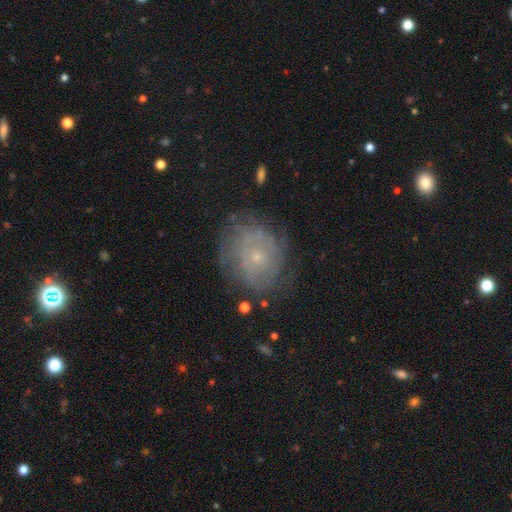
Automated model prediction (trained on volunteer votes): smooth-or-featured: featured or disk: 60% | smooth: 28% | star or artifact: 12%
  disk-edge-on: no: 97% | yes: 3%
    bar: no: 83% | weak: 14% | strong: 3%
    has-spiral-arms: yes: 74% | no: 26%
    bulge-size: small: 79% | moderate: 15% | none: 3% | large: 1% | dominant: 1%
  merging: none: 70% | minor disturbance: 19% | major disturbance: 10% | merger: 2%